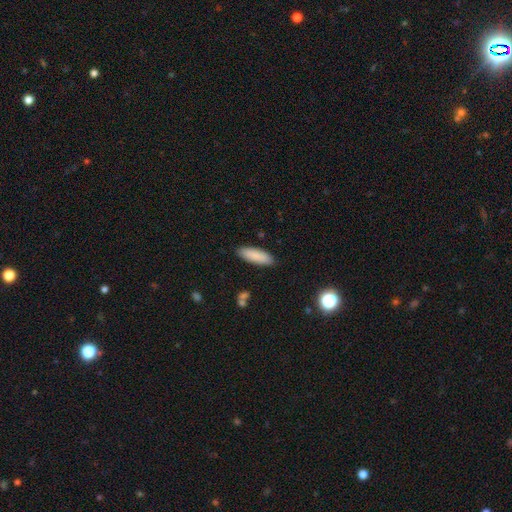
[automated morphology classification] A smooth galaxy with no disk features (88%) that is in between round and cigar-shaped (56%).

Vote fractions:
- Smooth or featured? smooth: 88% / featured or disk: 6% / star or artifact: 6%
- How rounded? in between: 56% / cigar-shaped: 42% / round: 1%
- Merging? none: 88% / minor disturbance: 9% / major disturbance: 2% / merger: 1%